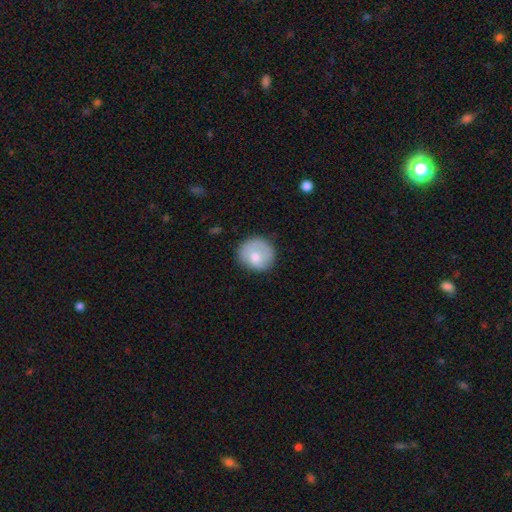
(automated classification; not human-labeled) Smooth or featured?
  - smooth: 74% *
  - featured or disk: 19%
  - star or artifact: 6%
How rounded?
  - round: 82% *
  - in between: 17%
  - cigar-shaped: 1%
Merging?
  - none: 71% *
  - minor disturbance: 20%
  - major disturbance: 7%
  - merger: 2%